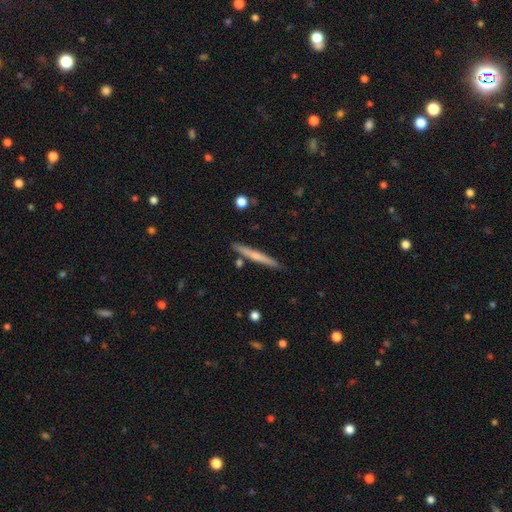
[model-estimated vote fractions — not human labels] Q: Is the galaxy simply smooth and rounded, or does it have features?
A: smooth — 48%.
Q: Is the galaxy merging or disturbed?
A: none — 87%.